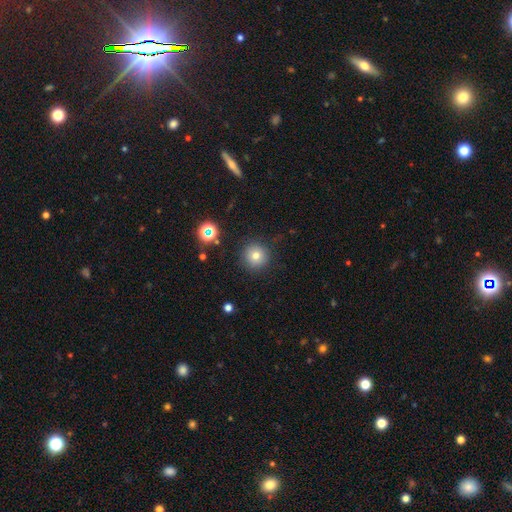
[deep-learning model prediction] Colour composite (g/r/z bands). It shows a smooth galaxy with no disk features (73%) that is round (95%). Merging: none (88%).